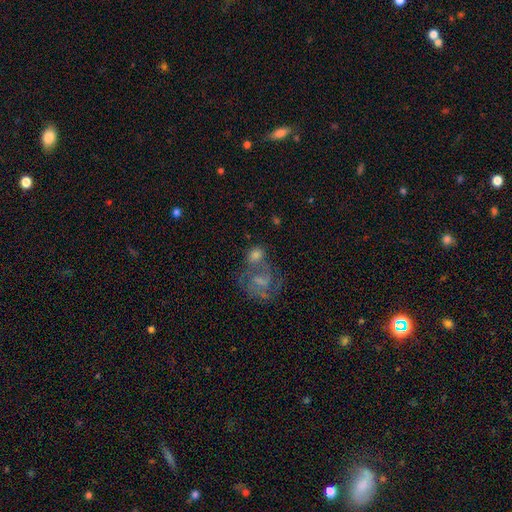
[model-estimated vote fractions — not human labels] This is possibly a featured or disk galaxy (46%). Merging: marginally merger (40%).